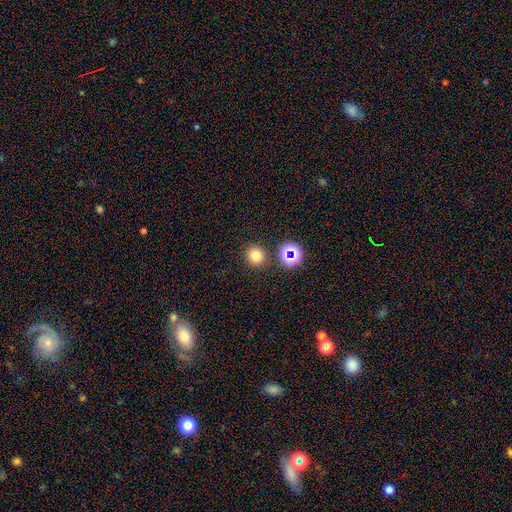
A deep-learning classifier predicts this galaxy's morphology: Smooth or featured? smooth (75%)
How rounded? round (91%)
Merging? none (85%)